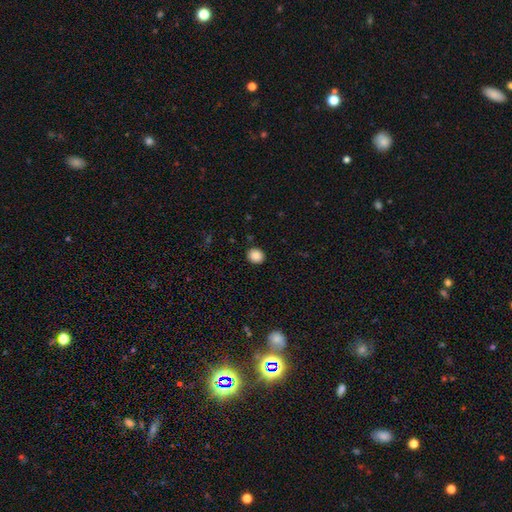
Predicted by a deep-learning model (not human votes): smooth_or_featured: smooth (p=0.88) [alt: star or artifact p=0.09]
how_rounded: round (p=0.74) [alt: in between p=0.25]
merging: none (p=0.91) [alt: minor disturbance p=0.06]